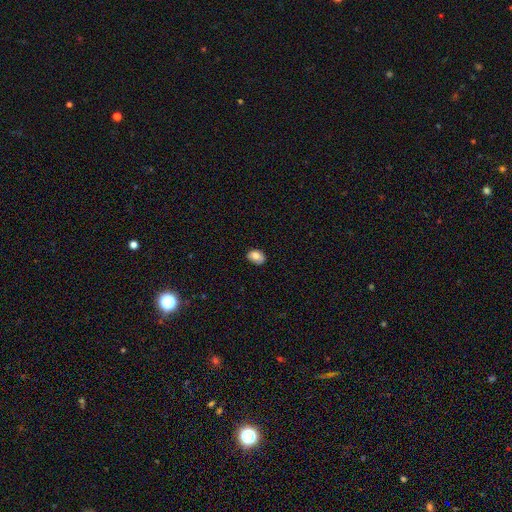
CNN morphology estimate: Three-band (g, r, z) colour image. It shows a smooth galaxy with no disk features (77%) that is in between round and cigar-shaped (72%). Merging: none (73%).